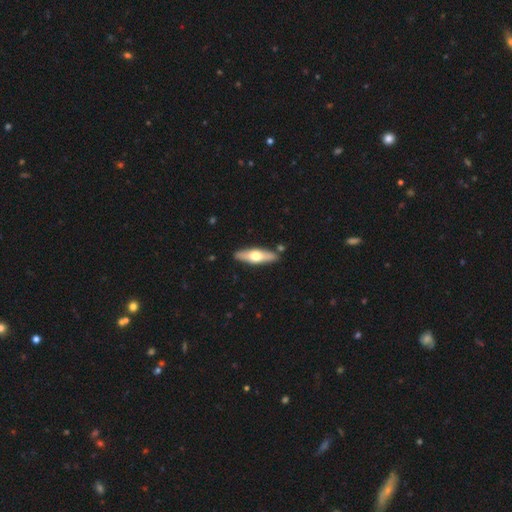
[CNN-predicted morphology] The model was most divided on "smooth or featured": featured or disk: 50%, smooth: 45%, star or artifact: 5%. More confident: merging — none (87%); edge-on disk — yes (84%).